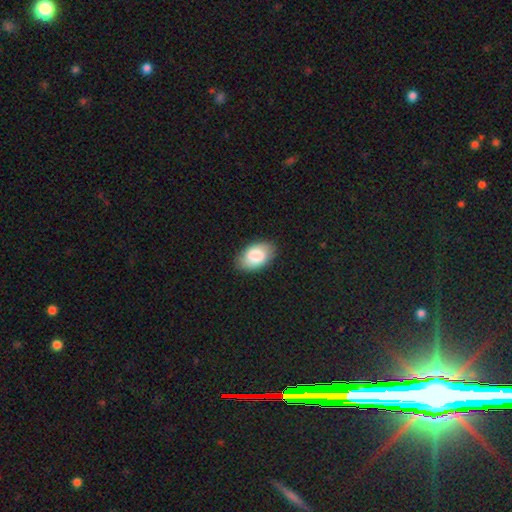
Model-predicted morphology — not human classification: smooth-or-featured: smooth: 82% | featured or disk: 12% | star or artifact: 6%
  how-rounded: in between: 93% | round: 6% | cigar-shaped: 1%
  merging: none: 85% | minor disturbance: 11% | major disturbance: 2% | merger: 1%